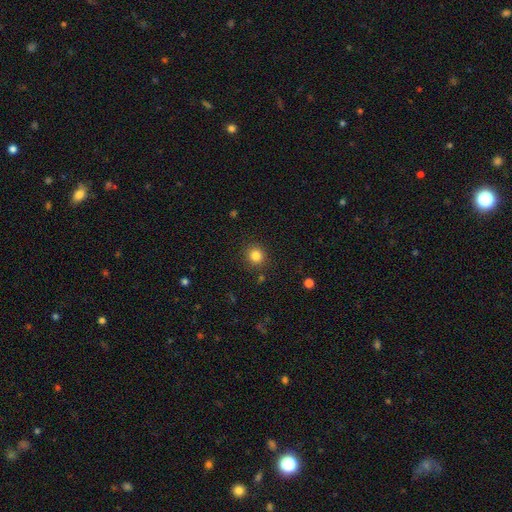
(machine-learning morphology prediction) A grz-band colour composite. It shows a smooth galaxy with no disk features (83%) that is round (89%). Merging: none (88%).